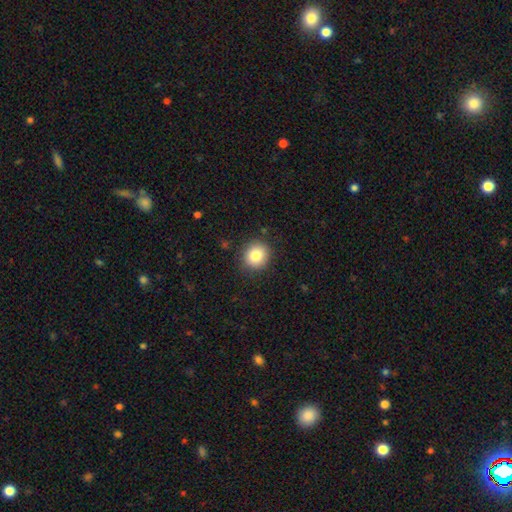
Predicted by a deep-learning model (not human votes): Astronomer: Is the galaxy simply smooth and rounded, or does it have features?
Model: smooth — 83%.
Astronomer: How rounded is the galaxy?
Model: round — 86%.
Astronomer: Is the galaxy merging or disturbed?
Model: none — 88%.